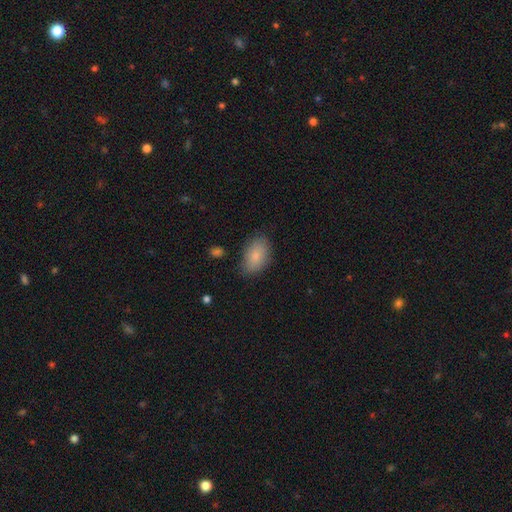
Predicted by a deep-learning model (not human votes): This appears to be a smooth galaxy with no disk features (85%) that is in between round and cigar-shaped (92%). Merging: none (81%).